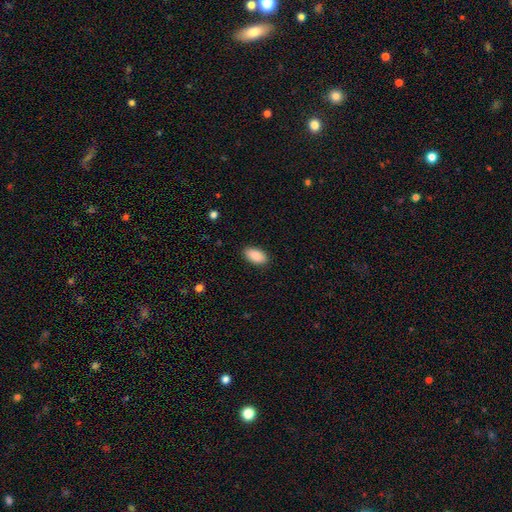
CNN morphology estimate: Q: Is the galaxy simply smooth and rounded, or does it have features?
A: smooth — 90%.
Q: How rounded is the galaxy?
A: in between — 94%.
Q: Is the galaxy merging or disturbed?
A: none — 89%.